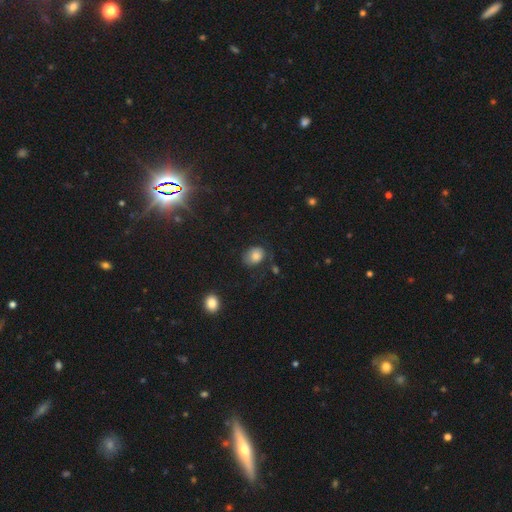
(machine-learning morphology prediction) Overall: smooth (81%). How rounded: in between (62%; round 37%). Merging: none (60%; minor disturbance 25%).